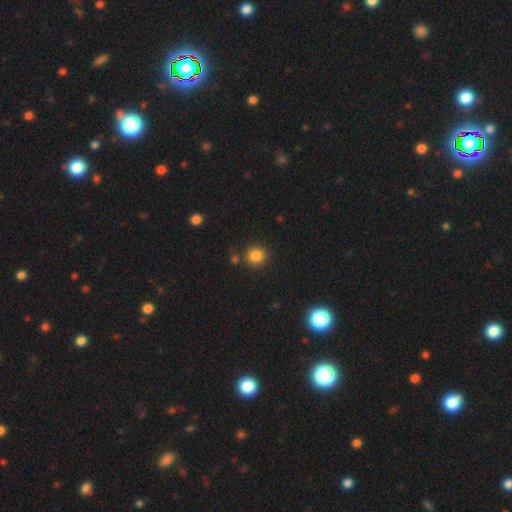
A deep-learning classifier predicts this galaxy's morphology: type=smooth (83%); roundness=round (85%); merging=none (83%).